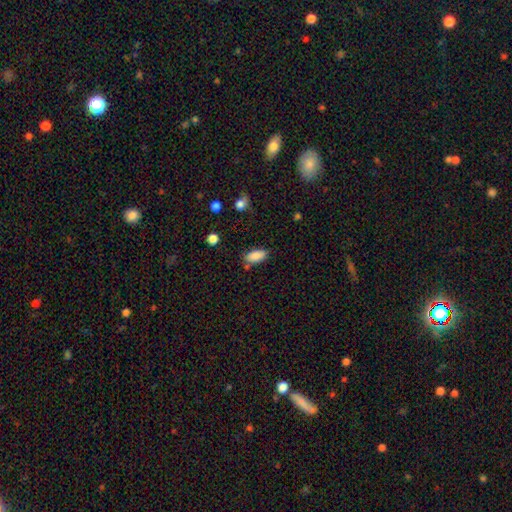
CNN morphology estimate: Smooth or featured: smooth — 86% (star or artifact — 8%)
How rounded: in between — 89% (cigar-shaped — 8%)
Merging: none — 72% (minor disturbance — 18%)